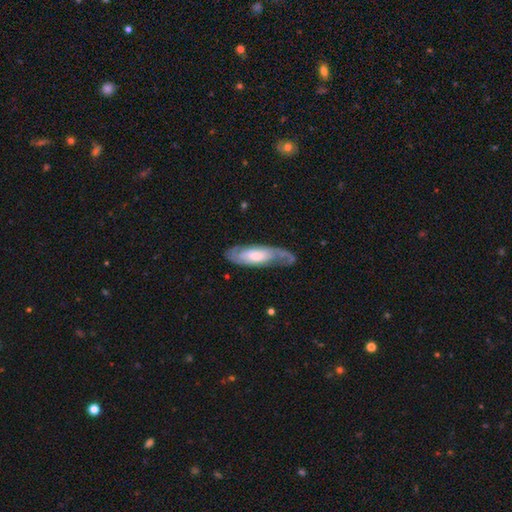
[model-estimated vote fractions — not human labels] featured or disk 68%, smooth 27%, star or artifact 5%. Down the decision tree: edge-on disk — no (84%); bar — no (66%); spiral arms — yes (89%); spiral arm count — 2 (56%); spiral winding — tight (40%); bulge size — moderate (46%); merging — none (63%).